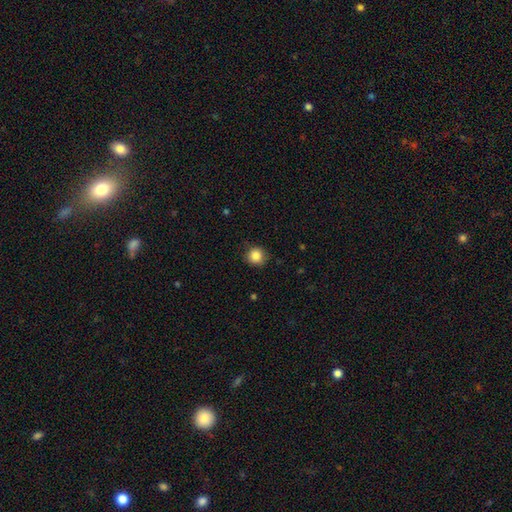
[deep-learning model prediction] Smooth or featured? Predicted: smooth (p=0.86). How rounded? Predicted: round (p=0.91). Merging? Predicted: none (p=0.84).